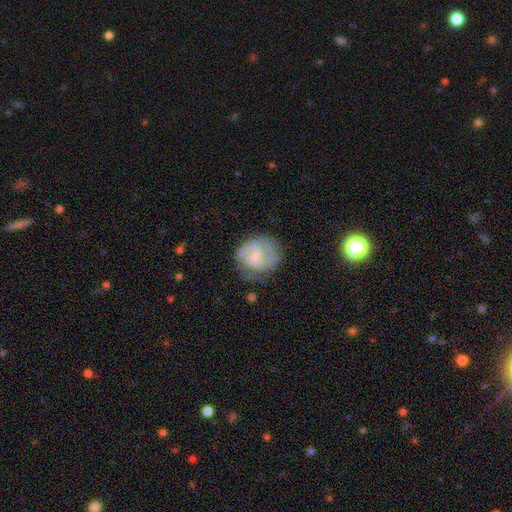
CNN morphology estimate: A featured or disk galaxy (77%) with a weak bar (49%), 2 (74%) medium (46%) spiral arms (95%) and no central bulge (39%). Merging: none (69%).